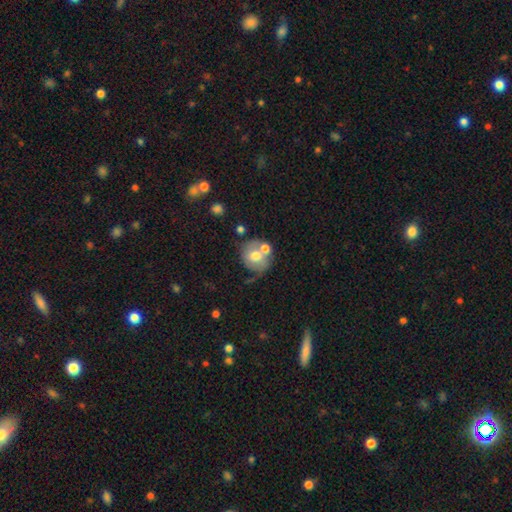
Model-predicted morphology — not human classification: Smooth or featured: smooth — 58% (featured or disk — 34%)
How rounded: round — 77% (in between — 22%)
Merging: none — 46% (merger — 29%)